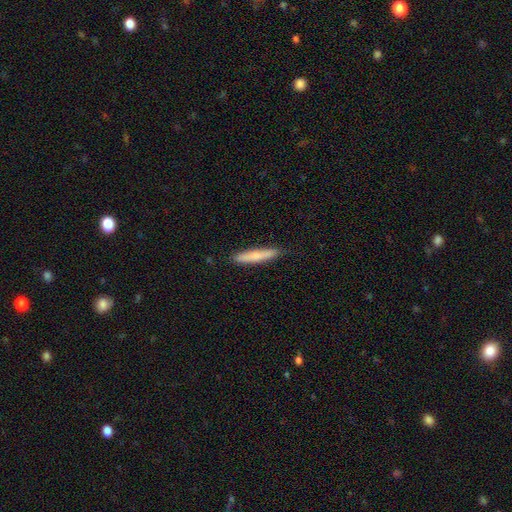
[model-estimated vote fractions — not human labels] The model was most divided on "smooth or featured": smooth: 71%, featured or disk: 23%, star or artifact: 6%. More confident: how rounded — cigar-shaped (93%); merging — none (88%).